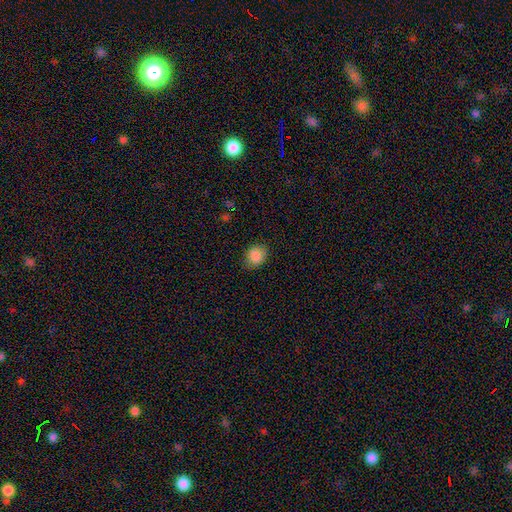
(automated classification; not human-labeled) This is clearly a smooth galaxy (87%). How rounded: likely round (66%). Merging: clearly none (84%).